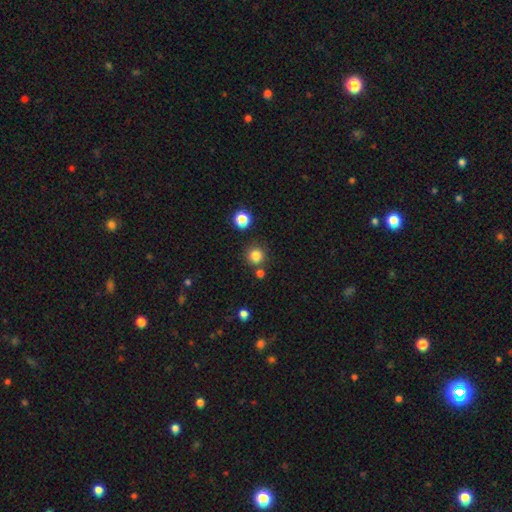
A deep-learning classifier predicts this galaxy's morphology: This appears to be a smooth galaxy with no disk features (83%) that is round (94%). Merging: none (82%).